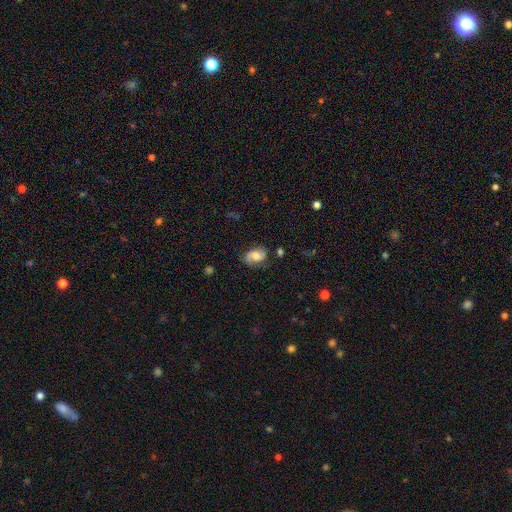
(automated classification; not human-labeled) Overall: smooth (46%, tied with featured or disk). Merging: none (71%).